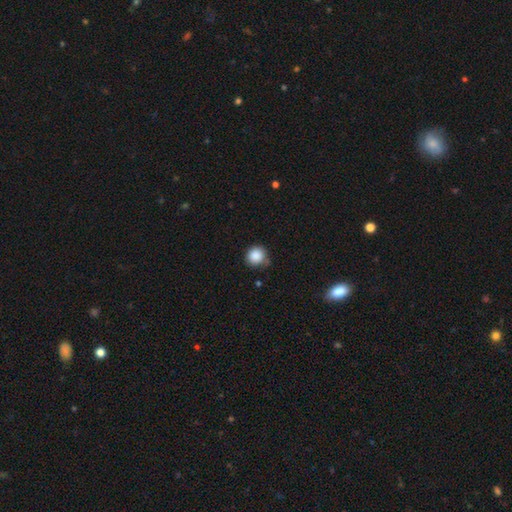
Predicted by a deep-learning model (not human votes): Morphology: type=smooth (88%); roundness=round (92%); merging=none (72%).